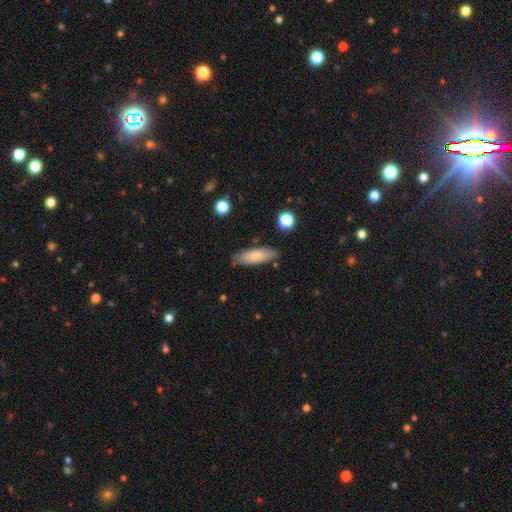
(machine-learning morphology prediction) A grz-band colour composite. It shows a smooth galaxy with no disk features (76%) that is in between round and cigar-shaped (53%). Merging: none (81%).